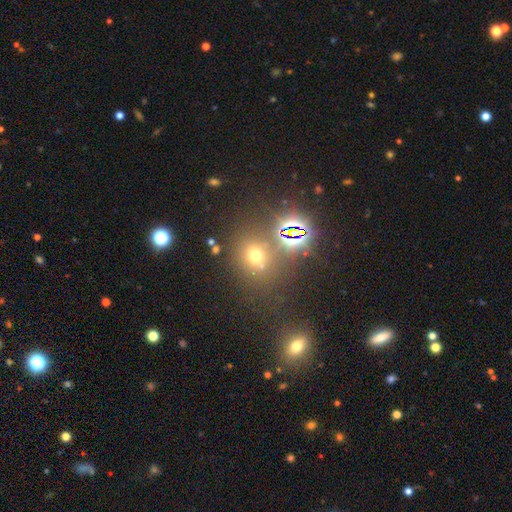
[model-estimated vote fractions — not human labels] Smooth or featured: smooth — 54% (star or artifact — 36%)
How rounded: round — 77% (in between — 21%)
Merging: none — 68% (merger — 14%)